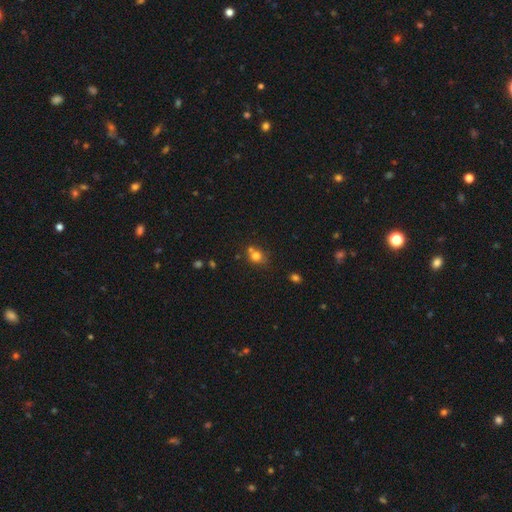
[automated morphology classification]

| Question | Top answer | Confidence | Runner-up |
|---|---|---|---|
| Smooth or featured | smooth | 74% | star or artifact (15%) |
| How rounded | round | 72% | in between (26%) |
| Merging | none | 55% | merger (26%) |